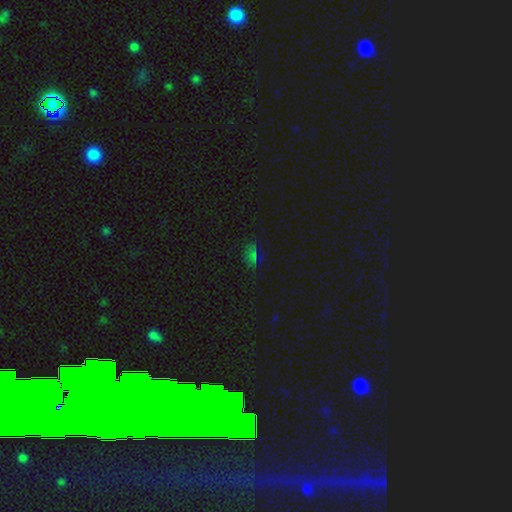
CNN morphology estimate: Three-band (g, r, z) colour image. It shows a smooth galaxy with no disk features (50%) that is in between round and cigar-shaped (77%). Merging: none (75%).